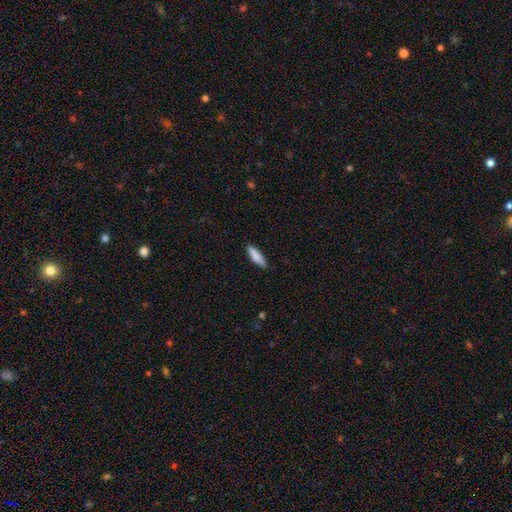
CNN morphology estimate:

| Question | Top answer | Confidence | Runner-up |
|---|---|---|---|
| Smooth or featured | smooth | 86% | featured or disk (8%) |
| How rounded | cigar-shaped | 61% | in between (37%) |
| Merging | none | 86% | minor disturbance (11%) |